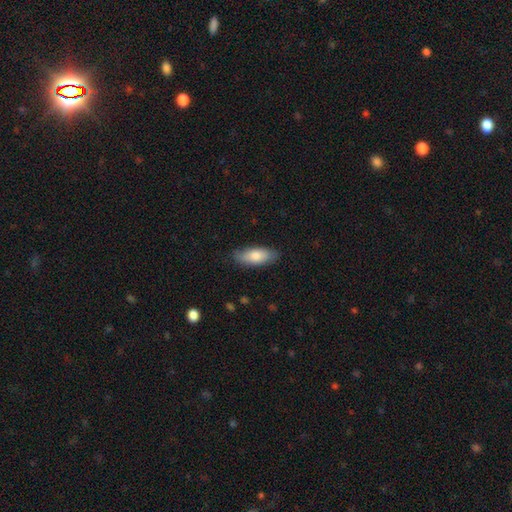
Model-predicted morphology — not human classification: Smooth or featured? smooth (78%)
How rounded? in between (78%)
Merging? none (81%)